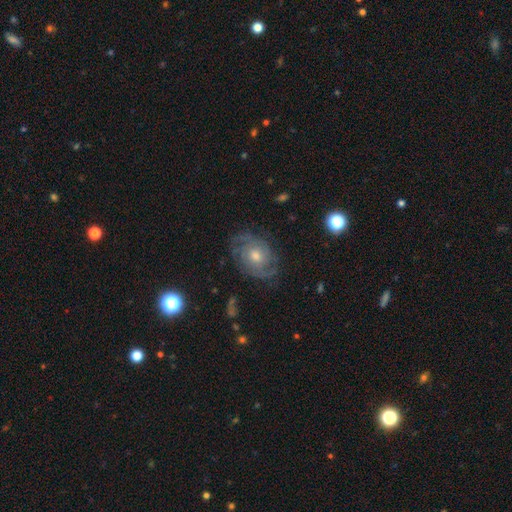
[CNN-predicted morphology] The model was most divided on "spiral winding": tight: 58%, medium: 34%, loose: 8%. Remaining: edge-on disk — no (97%); spiral arms — yes (96%); smooth or featured — featured or disk (84%); merging — none (79%); bar — no (77%); bulge size — moderate (63%); spiral arm count — 2 (48%).